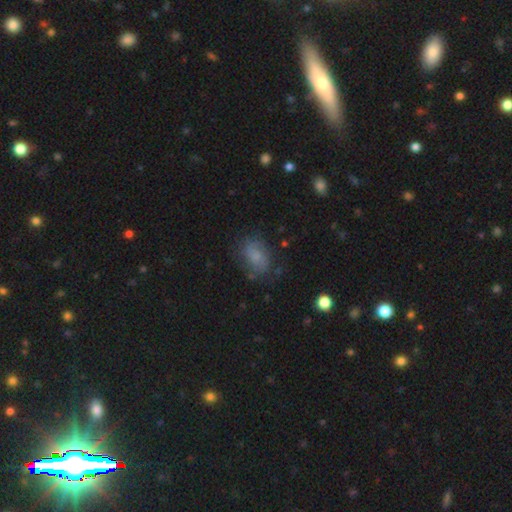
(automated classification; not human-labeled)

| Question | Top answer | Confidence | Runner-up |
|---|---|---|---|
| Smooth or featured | smooth | 65% | featured or disk (24%) |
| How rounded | in between | 78% | round (20%) |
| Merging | none | 67% | minor disturbance (22%) |